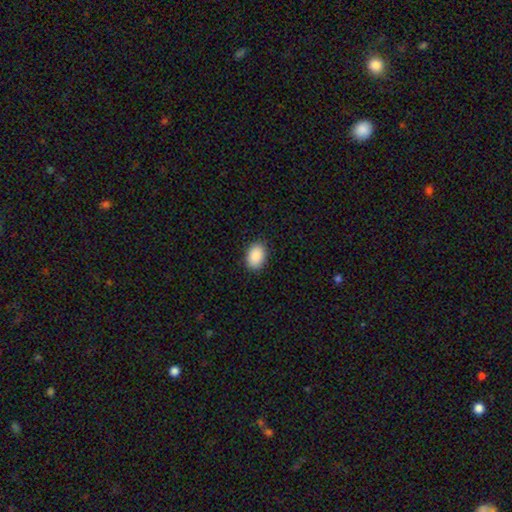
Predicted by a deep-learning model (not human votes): Morphology: type=smooth (90%); roundness=in between (86%); merging=none (88%).